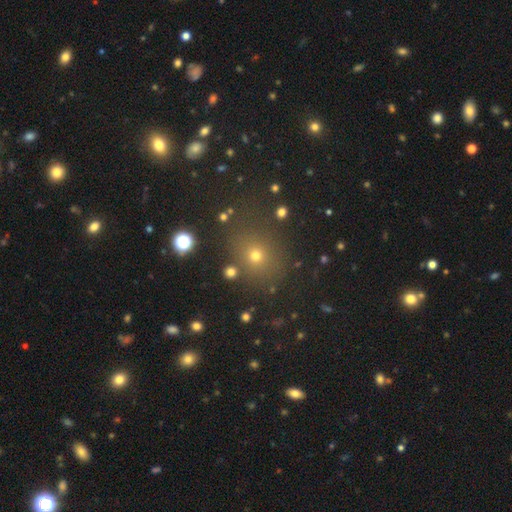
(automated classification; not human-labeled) Q: Smooth or featured?
A: smooth (58%); runner-up: star or artifact (33%)
Q: How rounded?
A: round (75%); runner-up: in between (24%)
Q: Merging?
A: none (83%); runner-up: minor disturbance (9%)